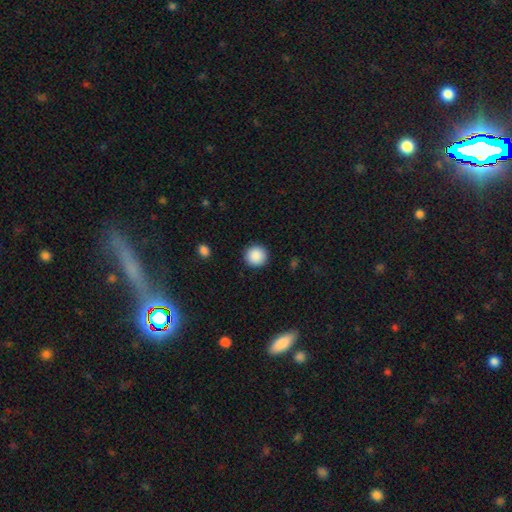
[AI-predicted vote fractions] A smooth galaxy with no disk features (89%) that is round (95%).

Vote fractions:
- Smooth or featured? smooth: 89% / star or artifact: 8% / featured or disk: 3%
- How rounded? round: 95% / in between: 4% / cigar-shaped: 1%
- Merging? none: 92% / minor disturbance: 5% / major disturbance: 2% / merger: 1%